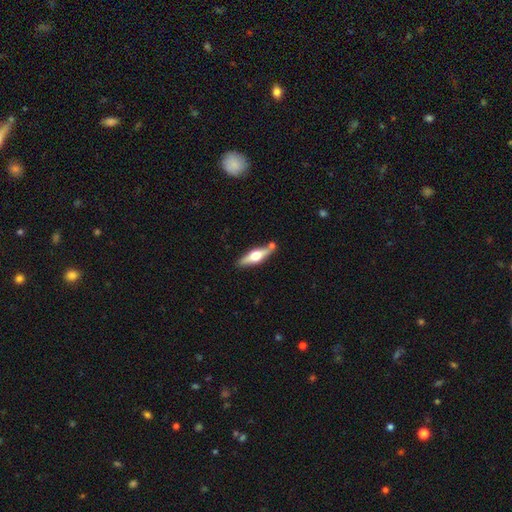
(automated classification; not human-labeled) smooth-or-featured: featured or disk: 59% | smooth: 36% | star or artifact: 5%
  disk-edge-on: yes: 94% | no: 6%
    edge-on-bulge: rounded: 95% | boxy: 4% | none: 2%
  merging: none: 77% | minor disturbance: 12% | merger: 8% | major disturbance: 3%